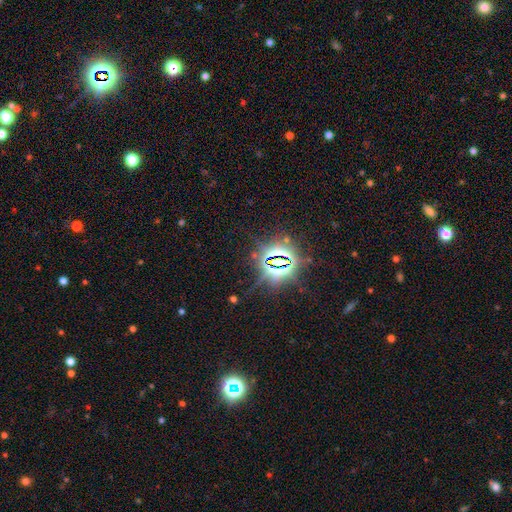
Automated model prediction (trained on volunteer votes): This is clearly a star or artifact rather than a galaxy (85%).